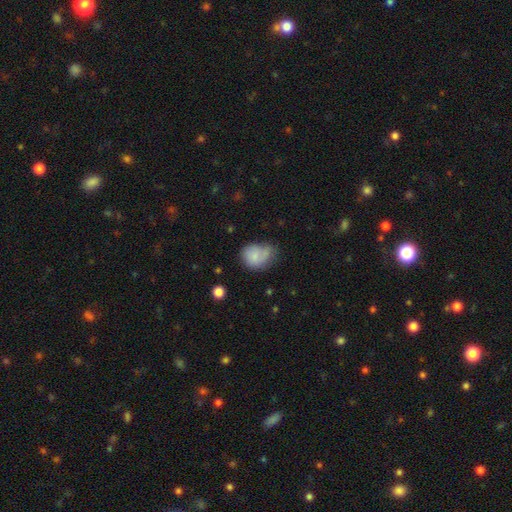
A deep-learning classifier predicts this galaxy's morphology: Smooth or featured? smooth (78%)
How rounded? in between (50%)
Merging? minor disturbance (37%)